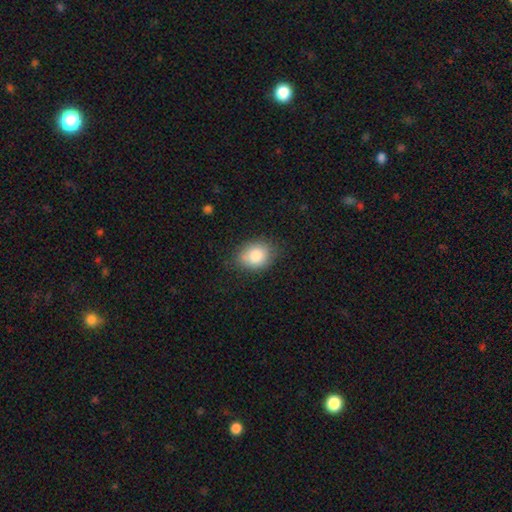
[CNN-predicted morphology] smooth_or_featured: smooth (p=0.84) [alt: featured or disk p=0.08]
how_rounded: in between (p=0.59) [alt: round p=0.40]
merging: none (p=0.75) [alt: minor disturbance p=0.19]